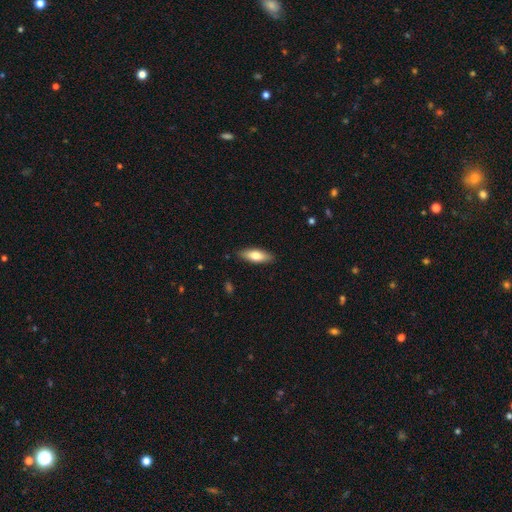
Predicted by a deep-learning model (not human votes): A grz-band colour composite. It shows a smooth galaxy with no disk features (74%) that is in between round and cigar-shaped (66%). Merging: none (87%).